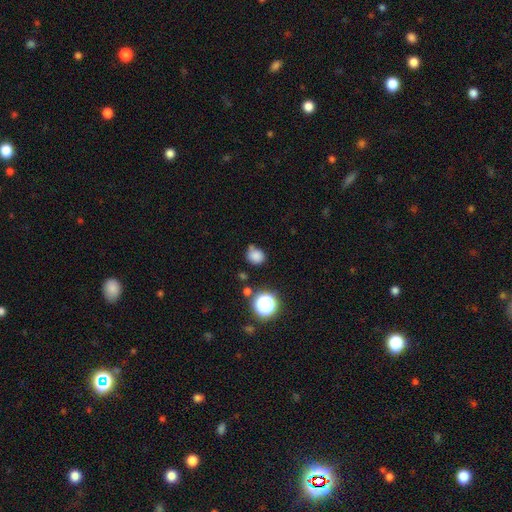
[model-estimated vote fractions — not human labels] Smooth or featured?
  - smooth: 80% *
  - star or artifact: 15%
  - featured or disk: 6%
How rounded?
  - round: 72% *
  - in between: 27%
  - cigar-shaped: 1%
Merging?
  - none: 64% *
  - minor disturbance: 23%
  - merger: 7%
  - major disturbance: 6%